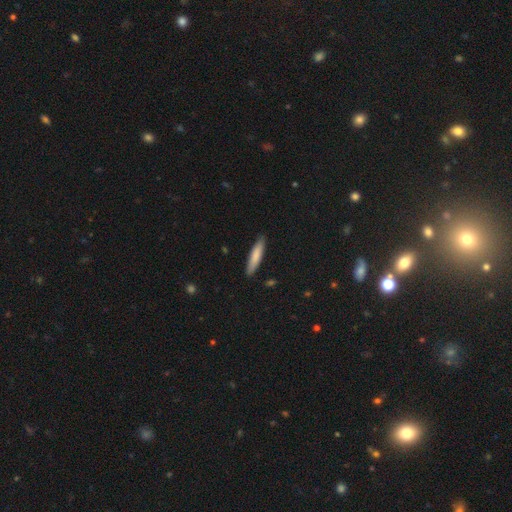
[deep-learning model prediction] A smooth galaxy with no disk features (81%) that is cigar-shaped (83%). Merging: none (88%).